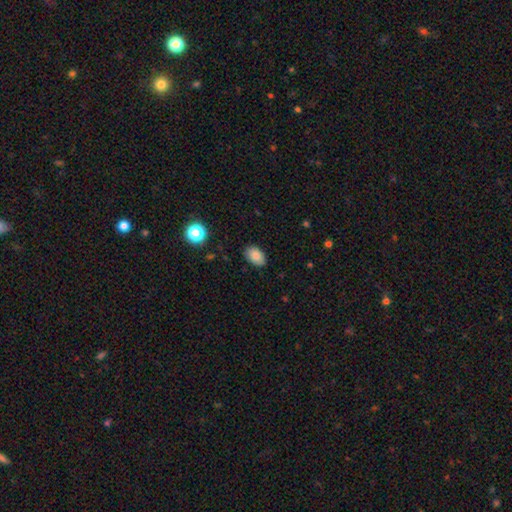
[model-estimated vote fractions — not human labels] smooth 86%, star or artifact 9%, featured or disk 6%. Down the decision tree: how rounded — in between (88%); merging — none (86%).